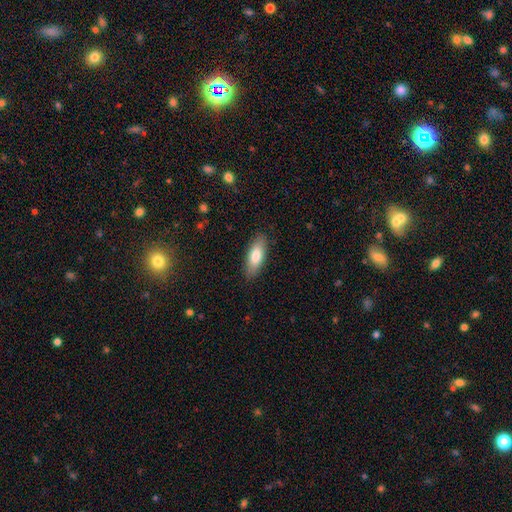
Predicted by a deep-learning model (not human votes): A smooth galaxy with no disk features (80%) that is in between round and cigar-shaped (72%).

Vote fractions:
- Smooth or featured? smooth: 80% / featured or disk: 14% / star or artifact: 6%
- How rounded? in between: 72% / cigar-shaped: 26% / round: 2%
- Merging? none: 87% / minor disturbance: 10% / major disturbance: 2% / merger: 1%